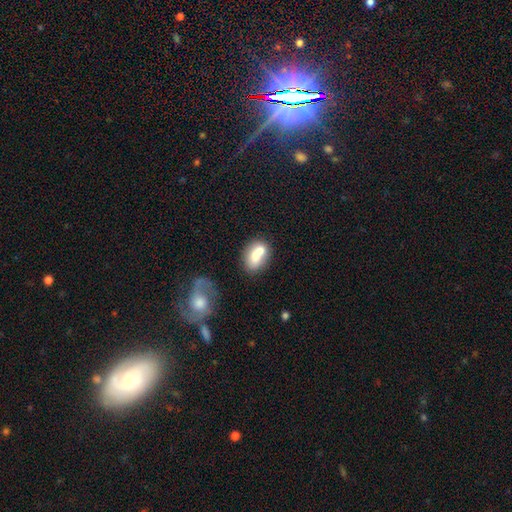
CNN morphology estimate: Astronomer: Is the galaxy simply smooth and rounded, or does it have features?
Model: smooth — 68%.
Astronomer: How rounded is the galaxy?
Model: in between — 67%.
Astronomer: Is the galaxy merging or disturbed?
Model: merger — 51% (runner-up: none, 33%).